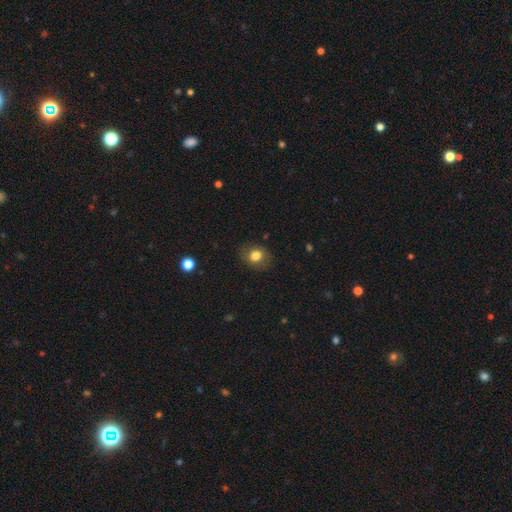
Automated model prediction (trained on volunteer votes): The model was most divided on "how rounded": round: 57%, in between: 42%, cigar-shaped: 1%. More confident: merging — none (82%); smooth or featured — smooth (80%).